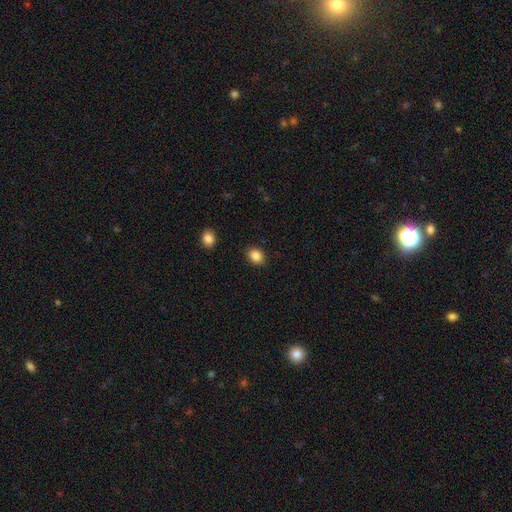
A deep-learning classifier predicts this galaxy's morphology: smooth-or-featured: smooth: 87% | star or artifact: 9% | featured or disk: 4%
  how-rounded: in between: 57% | round: 42% | cigar-shaped: 1%
  merging: none: 89% | minor disturbance: 8% | major disturbance: 2% | merger: 1%